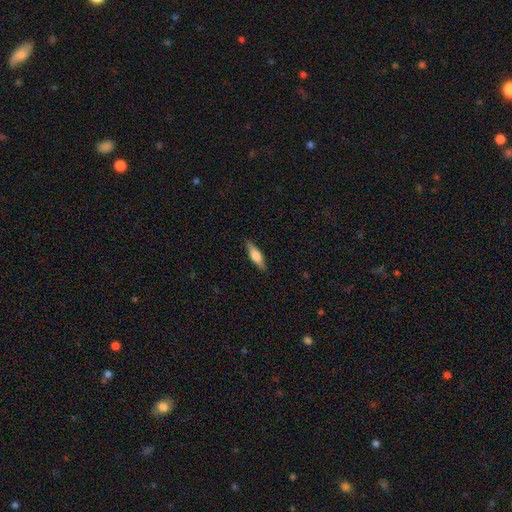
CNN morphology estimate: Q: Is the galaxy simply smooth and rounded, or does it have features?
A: smooth — 52%.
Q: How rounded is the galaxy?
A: cigar-shaped — 65%.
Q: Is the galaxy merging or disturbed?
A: none — 87%.